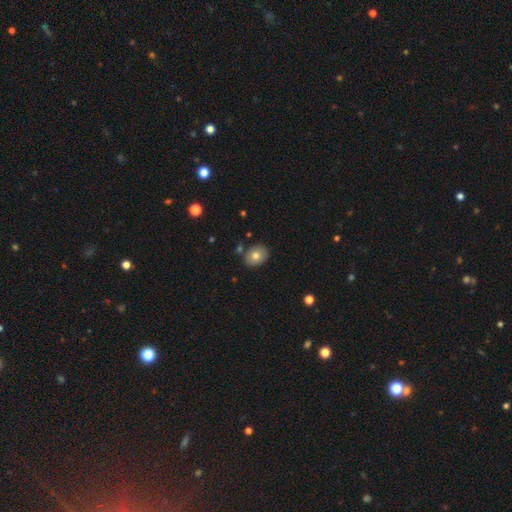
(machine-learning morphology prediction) smooth-or-featured: smooth: 76% | featured or disk: 15% | star or artifact: 9%
  how-rounded: in between: 60% | round: 39% | cigar-shaped: 1%
  merging: none: 82% | minor disturbance: 11% | merger: 5% | major disturbance: 2%